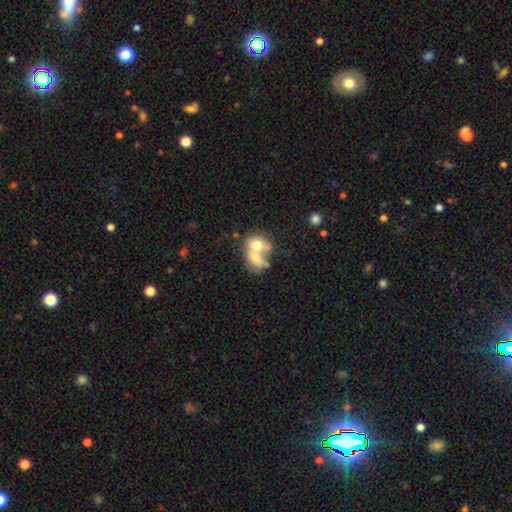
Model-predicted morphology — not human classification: Smooth or featured: smooth — 62% (featured or disk — 29%)
How rounded: in between — 60% (round — 38%)
Merging: merger — 74% (none — 15%)